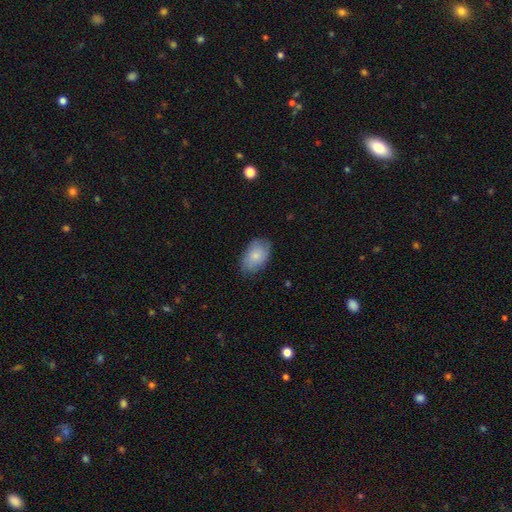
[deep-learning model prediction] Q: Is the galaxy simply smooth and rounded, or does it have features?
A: smooth — 81%.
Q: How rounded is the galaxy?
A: in between — 90%.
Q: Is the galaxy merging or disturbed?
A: none — 80%.